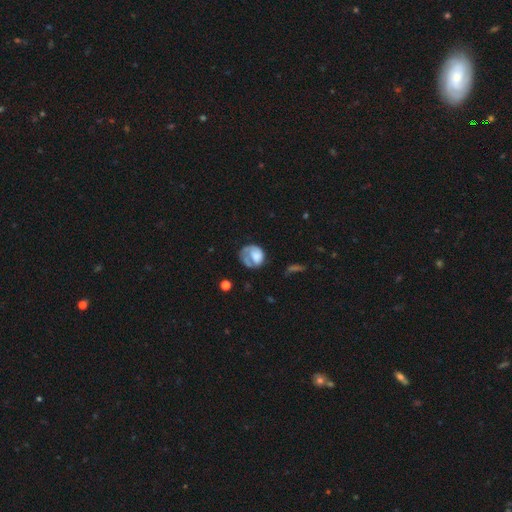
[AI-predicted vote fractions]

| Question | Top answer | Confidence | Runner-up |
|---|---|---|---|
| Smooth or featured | smooth | 50% | featured or disk (43%) |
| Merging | none | 36% | major disturbance (34%) |